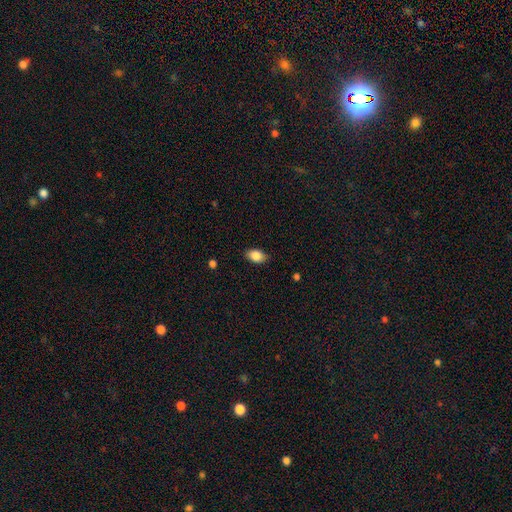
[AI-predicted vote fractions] Smooth or featured: smooth — 86% (star or artifact — 8%)
How rounded: in between — 86% (round — 12%)
Merging: none — 85% (minor disturbance — 12%)